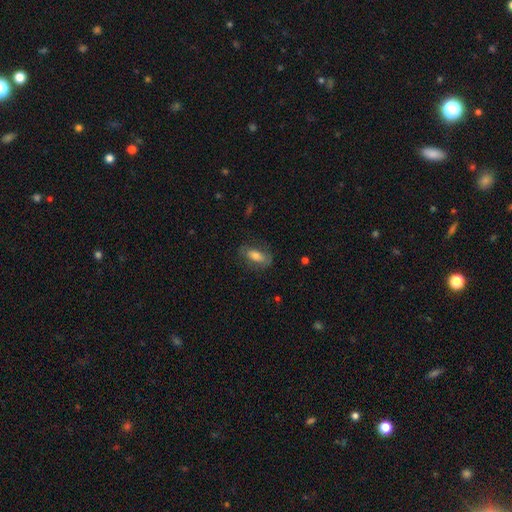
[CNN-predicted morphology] smooth-or-featured: smooth: 64% | featured or disk: 29% | star or artifact: 7%
  how-rounded: in between: 79% | cigar-shaped: 17% | round: 4%
  merging: none: 70% | minor disturbance: 19% | major disturbance: 9% | merger: 1%